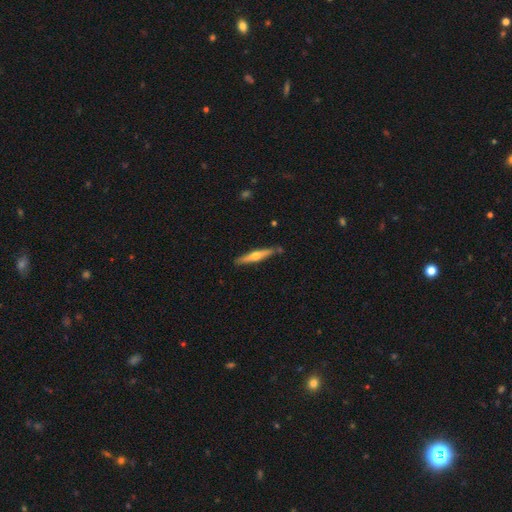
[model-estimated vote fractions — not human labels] Overall: featured or disk (55%; smooth 39%). Edge-on disk: yes (95%). Edge-on bulge: rounded (89%). Merging: none (84%).